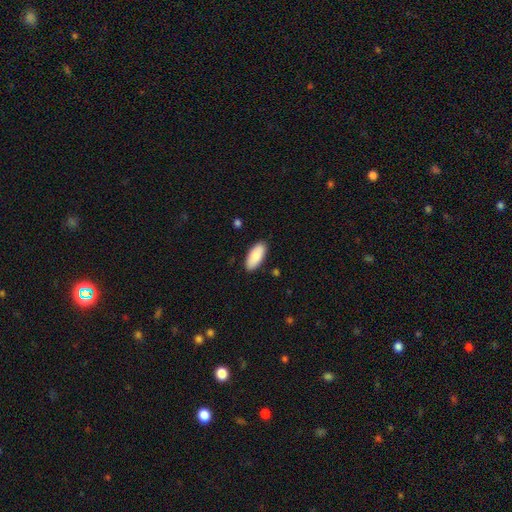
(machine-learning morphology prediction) Smooth or featured: smooth — 87% (featured or disk — 8%)
How rounded: in between — 89% (cigar-shaped — 9%)
Merging: none — 88% (minor disturbance — 9%)